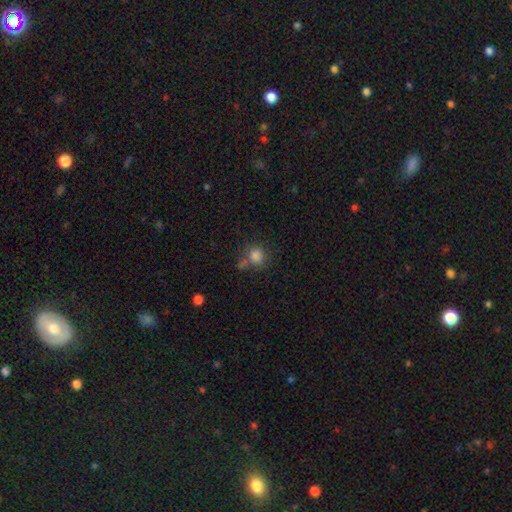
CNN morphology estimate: Smooth or featured? Predicted: smooth (p=0.82). How rounded? Predicted: round (p=0.85). Merging? Predicted: none (p=0.60).